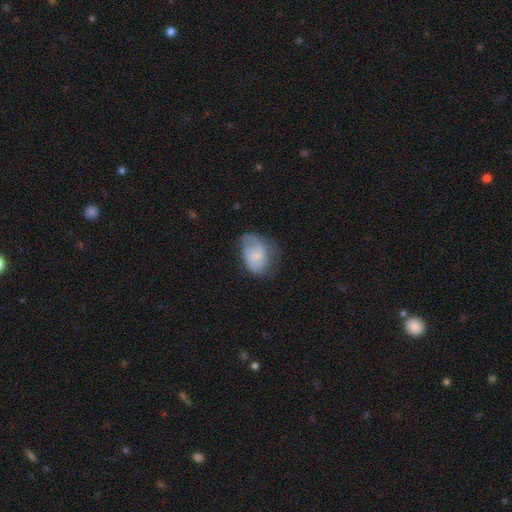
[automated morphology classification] This appears to be a featured or disk galaxy (46%, tied with smooth). Merging: none (46%).